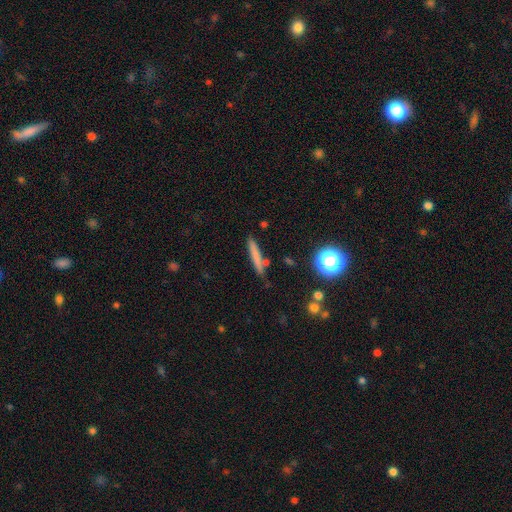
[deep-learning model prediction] Smooth or featured? smooth (70%)
How rounded? cigar-shaped (92%)
Merging? none (81%)